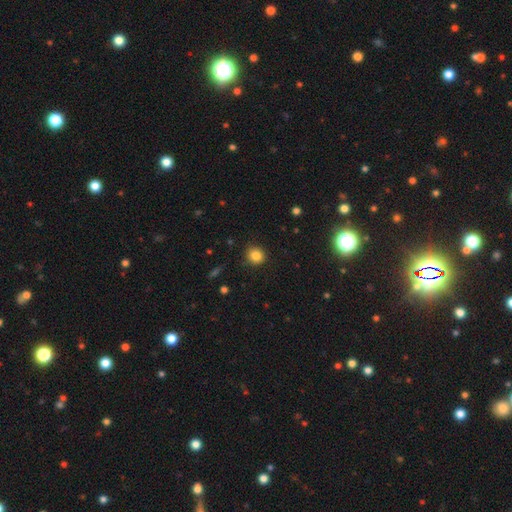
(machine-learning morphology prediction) smooth 84%, star or artifact 11%, featured or disk 5%. Down the decision tree: how rounded — round (87%); merging — none (88%).